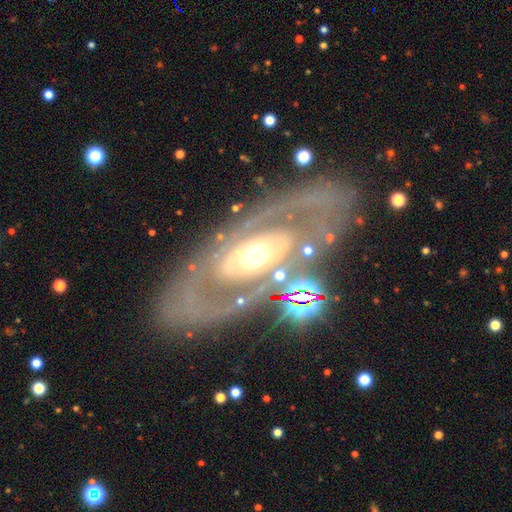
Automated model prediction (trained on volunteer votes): Smooth or featured? featured or disk (80%)
Edge-on disk? no (89%)
Bar? no (72%)
Spiral arms? no (50%, tied with yes)
Bulge size? moderate (63%)
Merging? none (79%)